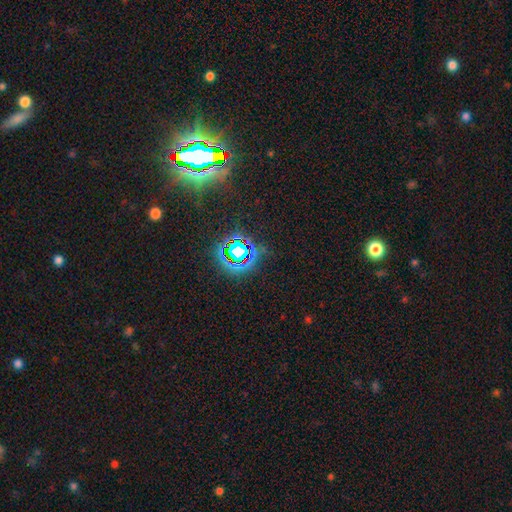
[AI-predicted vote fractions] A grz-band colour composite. It shows a star or artifact, not a galaxy (80%).